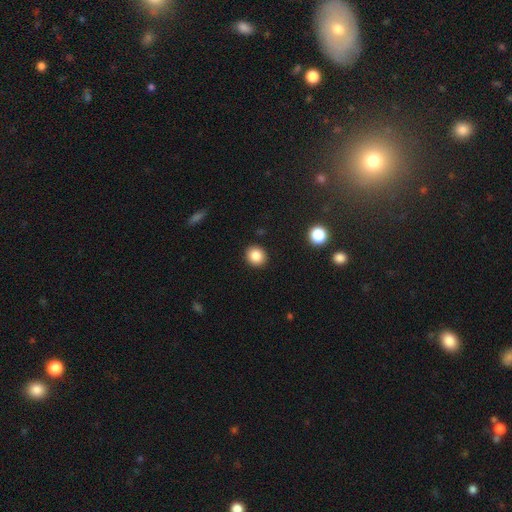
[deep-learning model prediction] A smooth galaxy with no disk features (86%) that is round (84%).

Vote fractions:
- Smooth or featured? smooth: 86% / star or artifact: 10% / featured or disk: 4%
- How rounded? round: 84% / in between: 15% / cigar-shaped: 1%
- Merging? none: 92% / minor disturbance: 5% / major disturbance: 2% / merger: 1%